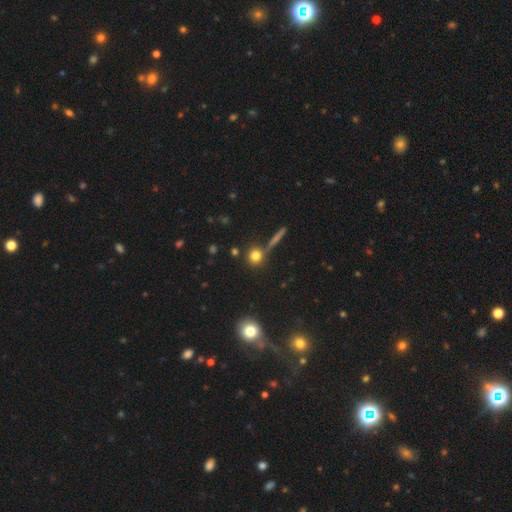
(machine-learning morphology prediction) A smooth galaxy with no disk features (77%) that is round (89%).

Vote fractions:
- Smooth or featured? smooth: 77% / star or artifact: 14% / featured or disk: 9%
- How rounded? round: 89% / in between: 7% / cigar-shaped: 3%
- Merging? none: 76% / merger: 12% / minor disturbance: 9% / major disturbance: 4%